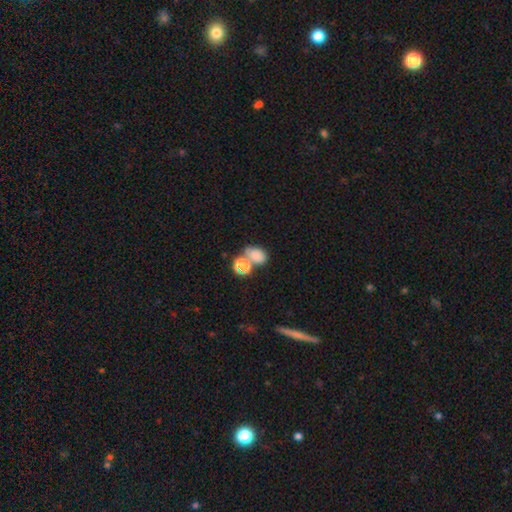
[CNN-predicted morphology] Q: Smooth or featured?
A: smooth (78%); runner-up: star or artifact (14%)
Q: How rounded?
A: in between (73%); runner-up: round (25%)
Q: Merging?
A: none (46%); runner-up: merger (35%)